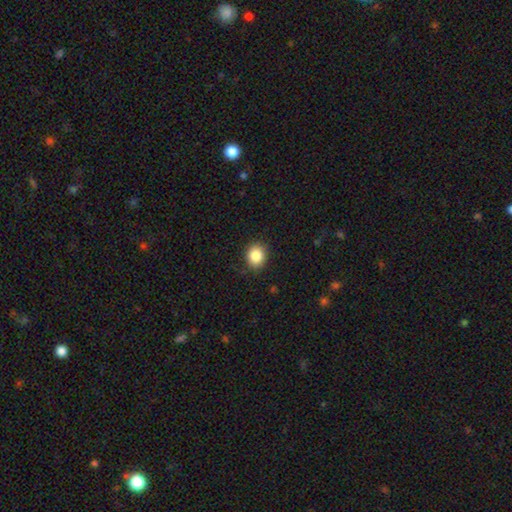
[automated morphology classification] smooth 86%, star or artifact 9%, featured or disk 5%. Down the decision tree: how rounded — round (68%); merging — none (87%).